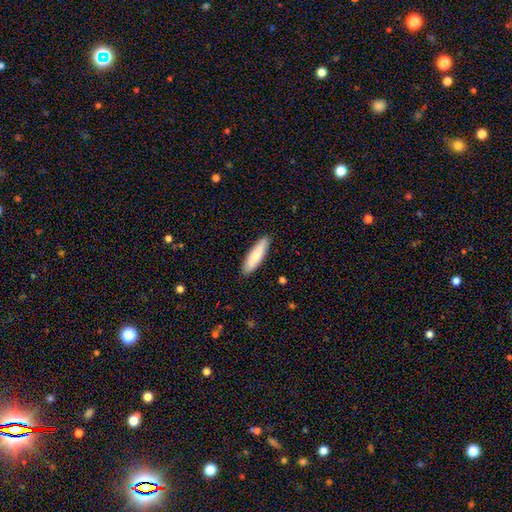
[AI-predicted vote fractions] smooth_or_featured: smooth (p=0.80) [alt: featured or disk p=0.15]
how_rounded: cigar-shaped (p=0.67) [alt: in between p=0.32]
merging: none (p=0.89) [alt: minor disturbance p=0.09]